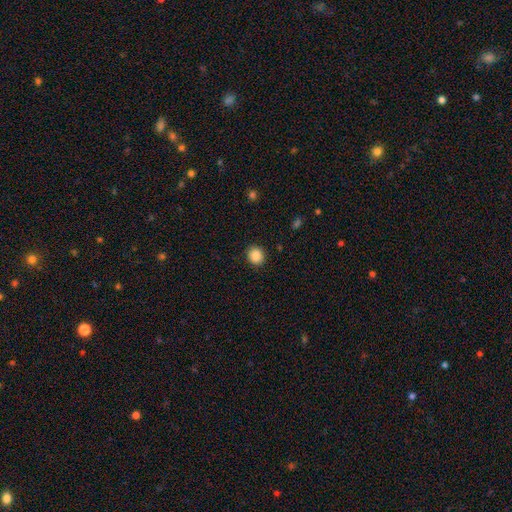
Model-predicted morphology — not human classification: Smooth or featured? smooth (88%)
How rounded? round (86%)
Merging? none (90%)